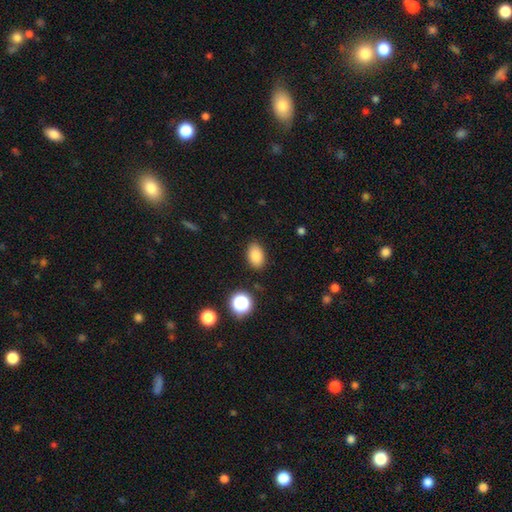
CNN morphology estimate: Smooth or featured? smooth (85%)
How rounded? in between (87%)
Merging? none (86%)